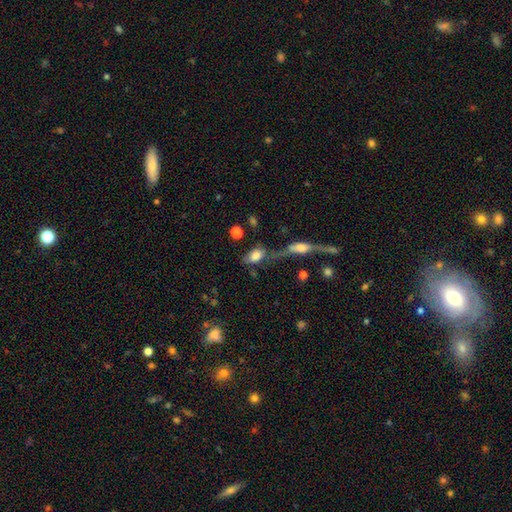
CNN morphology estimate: type=smooth (74%); roundness=in between (88%); merging=none (38%).